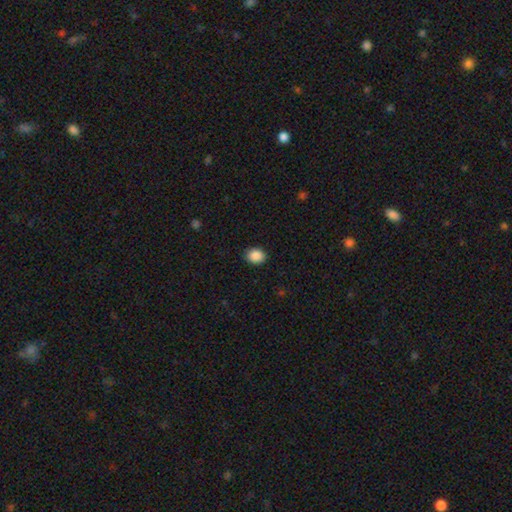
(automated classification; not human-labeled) smooth 89%, star or artifact 8%, featured or disk 3%. Down the decision tree: how rounded — in between (51%); merging — none (90%).